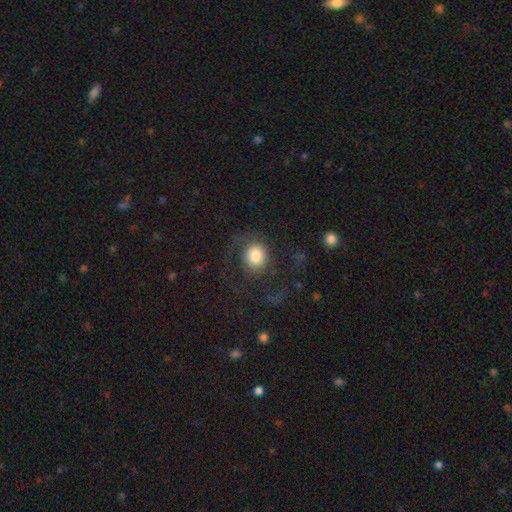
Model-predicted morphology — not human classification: A smooth galaxy with no disk features (71%) that is round (83%). Merging: none (57%).